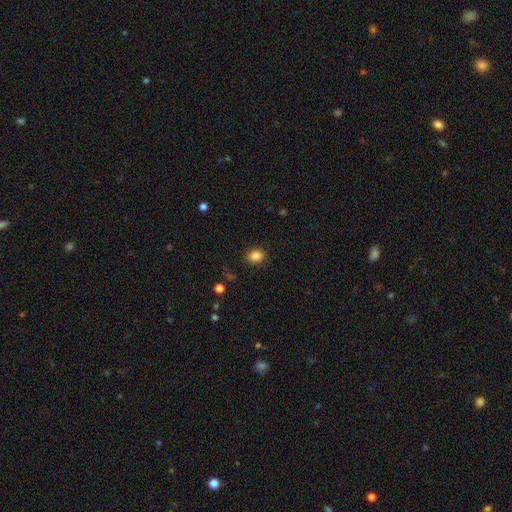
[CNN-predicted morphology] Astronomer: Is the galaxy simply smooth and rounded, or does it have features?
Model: smooth — 86%.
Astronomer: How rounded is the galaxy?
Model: in between — 54% (runner-up: round, 45%).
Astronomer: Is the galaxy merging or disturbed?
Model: none — 86%.